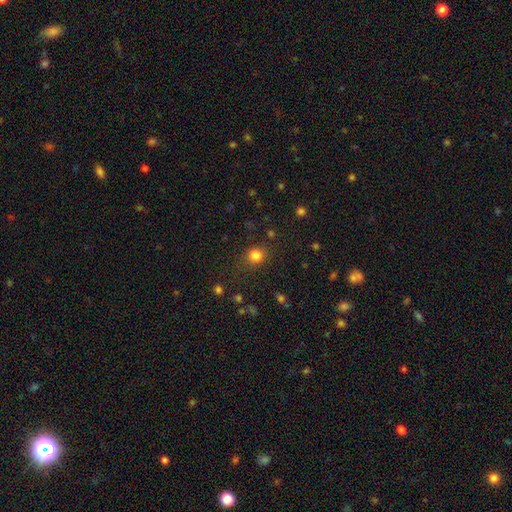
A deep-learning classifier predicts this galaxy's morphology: Smooth or featured? smooth (82%)
How rounded? round (79%)
Merging? none (81%)